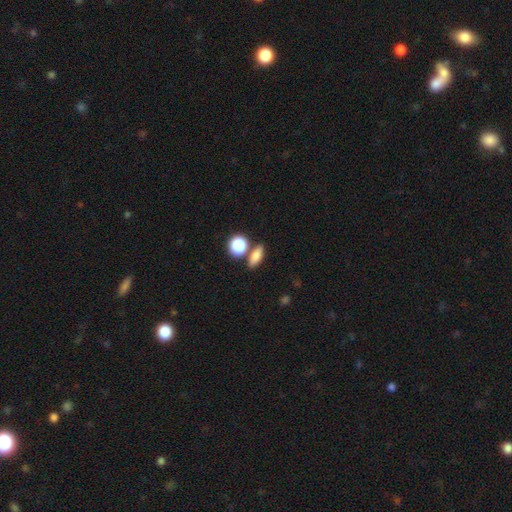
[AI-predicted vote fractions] A smooth galaxy with no disk features (81%) that is in between round and cigar-shaped (61%).

Vote fractions:
- Smooth or featured? smooth: 81% / star or artifact: 10% / featured or disk: 9%
- How rounded? in between: 61% / round: 21% / cigar-shaped: 17%
- Merging? none: 68% / merger: 17% / minor disturbance: 11% / major disturbance: 4%